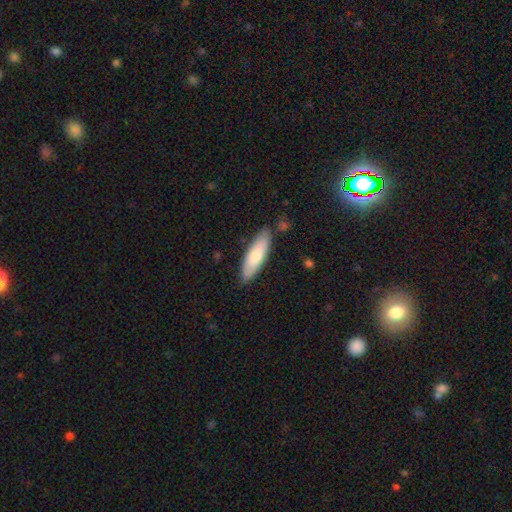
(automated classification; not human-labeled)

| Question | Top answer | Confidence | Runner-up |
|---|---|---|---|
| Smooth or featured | smooth | 71% | featured or disk (23%) |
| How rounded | cigar-shaped | 50% | in between (48%) |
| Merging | none | 82% | minor disturbance (13%) |